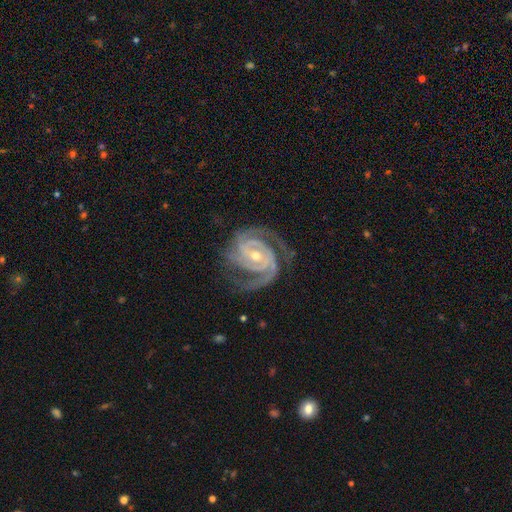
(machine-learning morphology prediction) Smooth or featured: featured or disk — 93% (star or artifact — 4%)
Edge-on disk: no — 98% (yes — 2%)
Bar: no — 41% (weak — 35%)
Spiral arms: yes — 99% (no — 1%)
Spiral winding: tight — 63% (medium — 33%)
Spiral arm count: 2 — 44% (3 — 37%)
Bulge size: moderate — 50% (small — 47%)
Merging: none — 74% (minor disturbance — 17%)